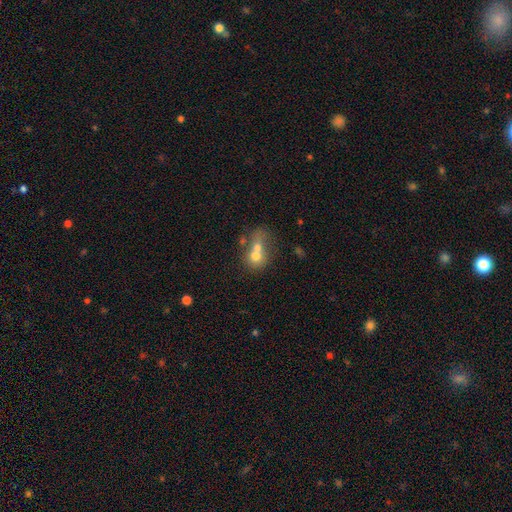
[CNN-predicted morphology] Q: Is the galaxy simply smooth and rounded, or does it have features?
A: smooth — 62%.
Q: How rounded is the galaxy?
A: round — 64%.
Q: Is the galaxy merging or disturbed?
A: merger — 67%.